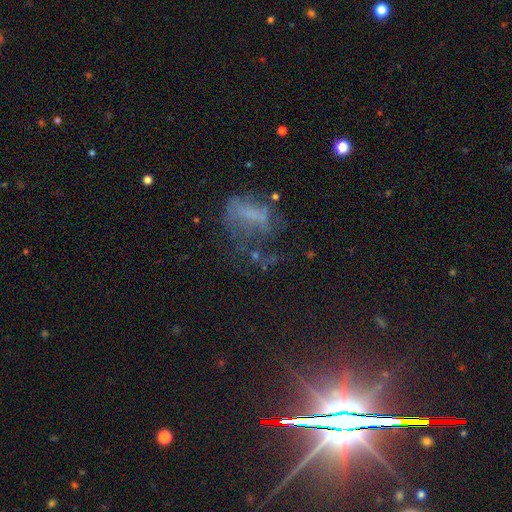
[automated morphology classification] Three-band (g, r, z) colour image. It shows a featured or disk galaxy (42%). Merging: major disturbance (42%).